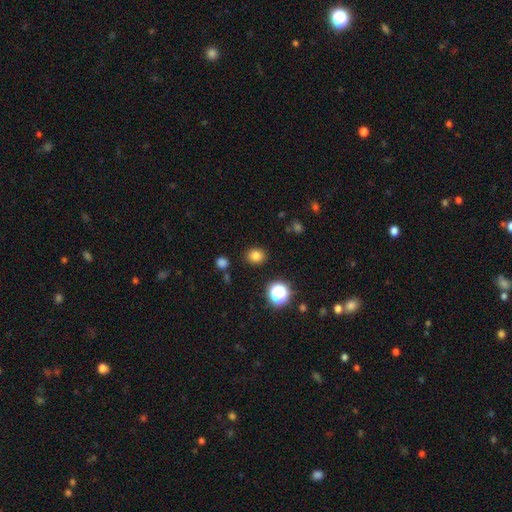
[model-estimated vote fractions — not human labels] Smooth or featured?
  - smooth: 80% *
  - star or artifact: 15%
  - featured or disk: 5%
How rounded?
  - round: 69% *
  - in between: 30%
  - cigar-shaped: 1%
Merging?
  - none: 88% *
  - minor disturbance: 8%
  - major disturbance: 3%
  - merger: 2%